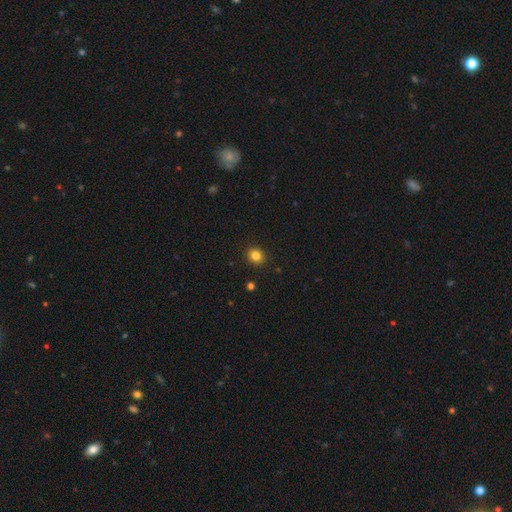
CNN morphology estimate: smooth 84%, star or artifact 12%, featured or disk 4%. Down the decision tree: how rounded — round (76%); merging — none (91%).